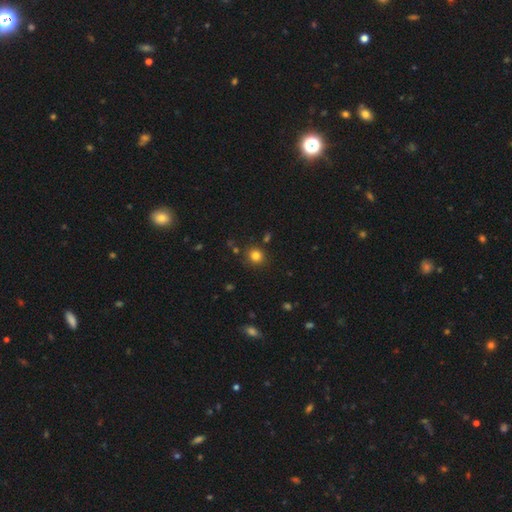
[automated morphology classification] A smooth galaxy with no disk features (81%) that is round (88%).

Vote fractions:
- Smooth or featured? smooth: 81% / star or artifact: 14% / featured or disk: 5%
- How rounded? round: 88% / in between: 11% / cigar-shaped: 1%
- Merging? none: 86% / minor disturbance: 8% / merger: 3% / major disturbance: 3%